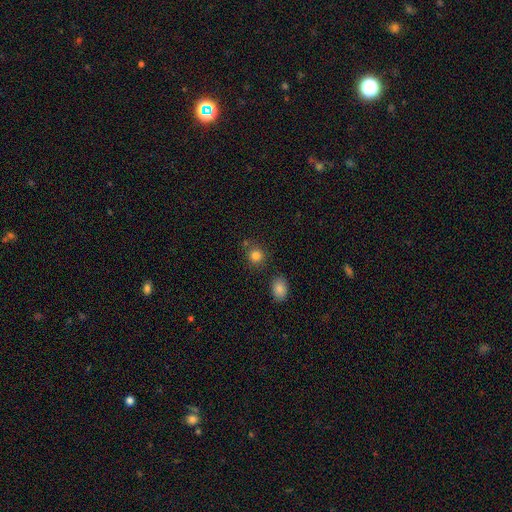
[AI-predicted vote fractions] smooth-or-featured: smooth: 83% | star or artifact: 12% | featured or disk: 6%
  how-rounded: round: 85% | in between: 14% | cigar-shaped: 1%
  merging: none: 77% | minor disturbance: 10% | merger: 9% | major disturbance: 4%